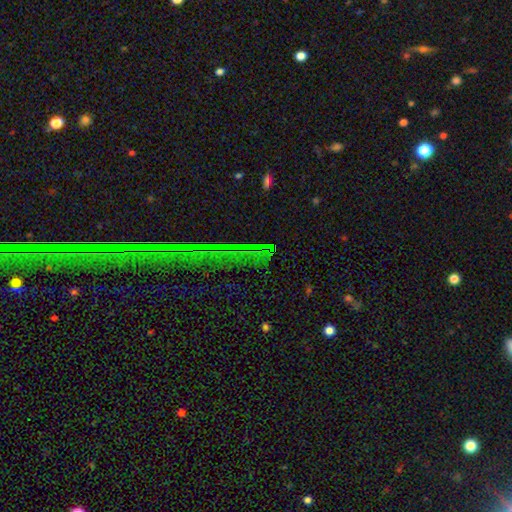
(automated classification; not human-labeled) This appears to be a star or artifact, not a galaxy (79%).